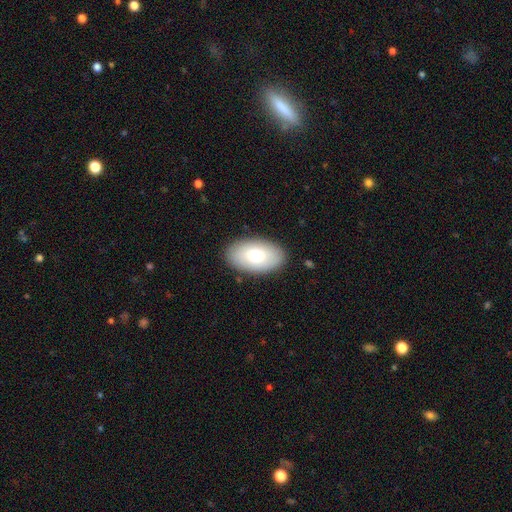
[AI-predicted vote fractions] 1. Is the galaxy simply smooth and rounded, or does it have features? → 75% smooth, 19% featured or disk, 7% star or artifact.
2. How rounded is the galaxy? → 94% in between, 5% round, 1% cigar-shaped.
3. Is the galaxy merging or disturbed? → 88% none, 9% minor disturbance, 2% major disturbance, 1% merger.